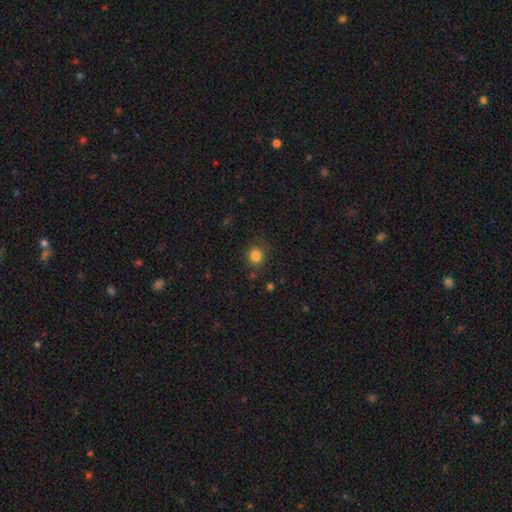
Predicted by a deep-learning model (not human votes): Smooth or featured: smooth — 83% (star or artifact — 12%)
How rounded: round — 78% (in between — 21%)
Merging: none — 81% (minor disturbance — 13%)